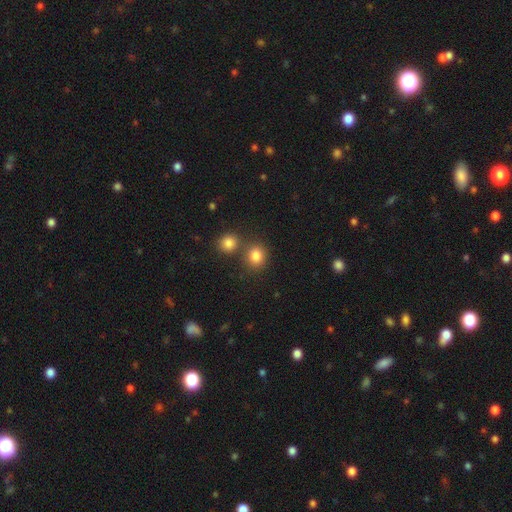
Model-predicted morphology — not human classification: smooth_or_featured: smooth (p=0.82) [alt: star or artifact p=0.12]
how_rounded: round (p=0.80) [alt: in between p=0.19]
merging: none (p=0.68) [alt: merger p=0.21]